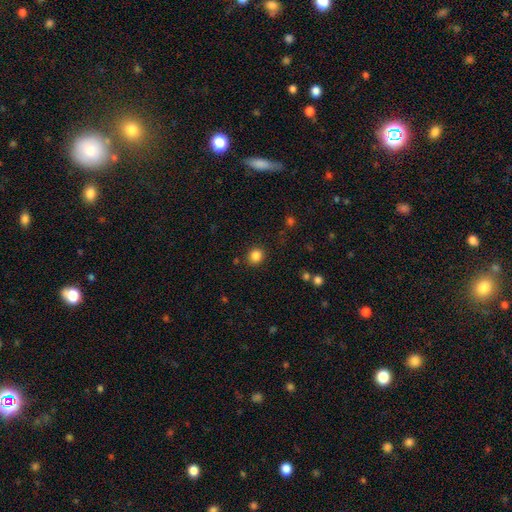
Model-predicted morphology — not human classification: Smooth or featured: smooth — 85% (star or artifact — 11%)
How rounded: round — 86% (in between — 13%)
Merging: none — 88% (minor disturbance — 7%)